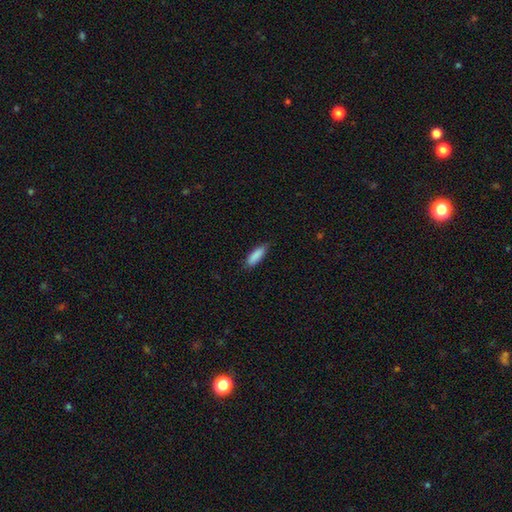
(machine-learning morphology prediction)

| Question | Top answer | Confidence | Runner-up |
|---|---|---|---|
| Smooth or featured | smooth | 88% | star or artifact (6%) |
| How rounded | in between | 52% | cigar-shaped (46%) |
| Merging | none | 74% | minor disturbance (21%) |